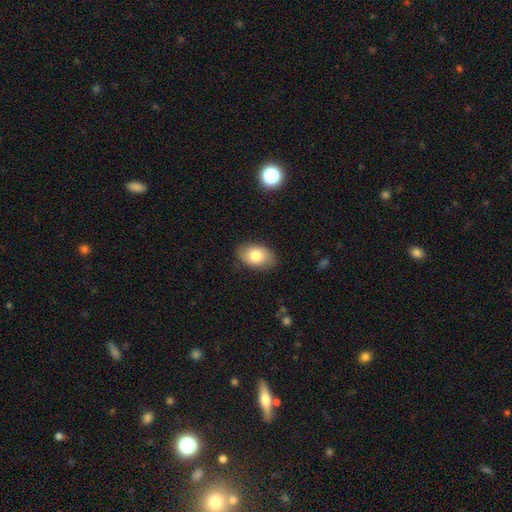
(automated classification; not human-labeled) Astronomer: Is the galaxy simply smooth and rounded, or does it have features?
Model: smooth — 80%.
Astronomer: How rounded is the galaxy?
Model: in between — 87%.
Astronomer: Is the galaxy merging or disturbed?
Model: none — 84%.